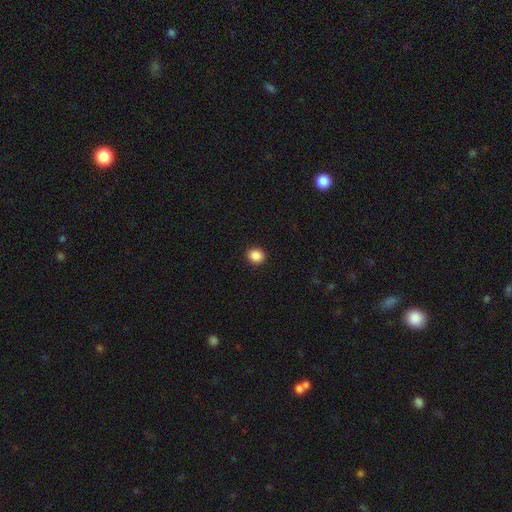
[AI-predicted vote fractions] A smooth galaxy with no disk features (88%) that is round (75%). Merging: none (92%).